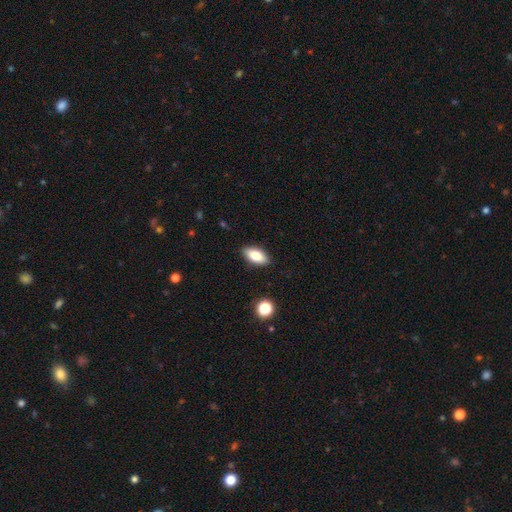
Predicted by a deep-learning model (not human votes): Smooth or featured? smooth (81%)
How rounded? in between (88%)
Merging? none (88%)